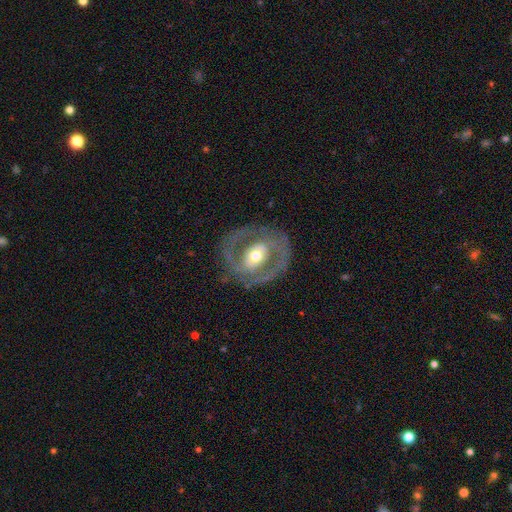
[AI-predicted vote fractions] This appears to be a featured or disk galaxy (77%) with no bar (40%), spiral arms (60%) and a moderate central bulge (68%). Merging: none (76%).